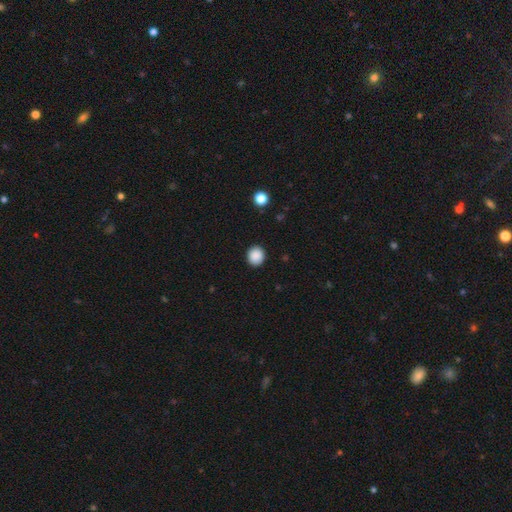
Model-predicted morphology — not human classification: Smooth or featured? Predicted: smooth (p=0.89). How rounded? Predicted: round (p=0.84). Merging? Predicted: none (p=0.91).